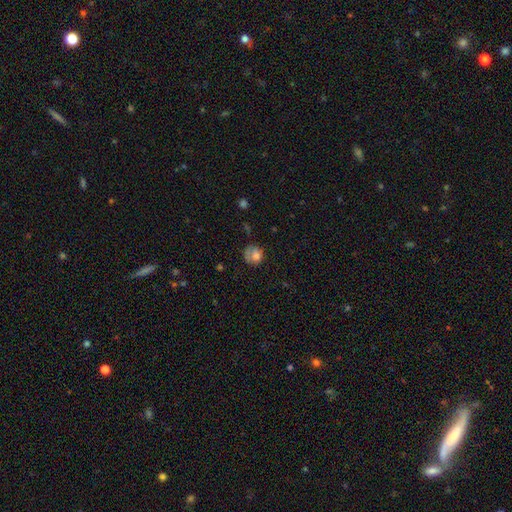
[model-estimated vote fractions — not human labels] This appears to be a smooth galaxy with no disk features (69%) that is round (73%). Merging: none (44%).